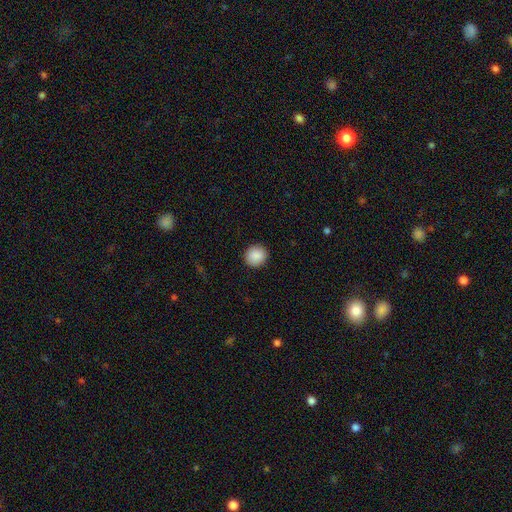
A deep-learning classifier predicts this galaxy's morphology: Smooth or featured? Predicted: smooth (p=0.90). How rounded? Predicted: round (p=0.89). Merging? Predicted: none (p=0.91).